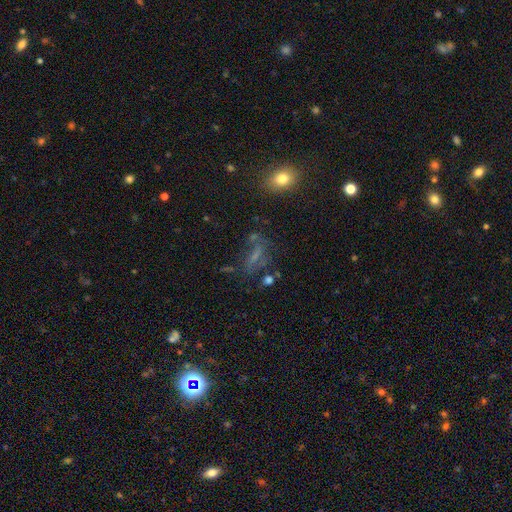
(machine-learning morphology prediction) The model was most divided on "smooth or featured": featured or disk: 37%, smooth: 33%, star or artifact: 31%. Remaining: merging — none (47%).